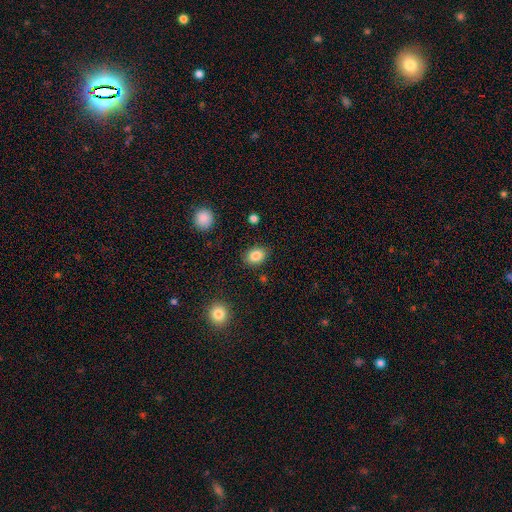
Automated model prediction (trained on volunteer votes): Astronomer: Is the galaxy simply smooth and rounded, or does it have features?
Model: smooth — 86%.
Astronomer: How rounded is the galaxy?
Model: in between — 68%.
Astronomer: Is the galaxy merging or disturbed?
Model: none — 85%.